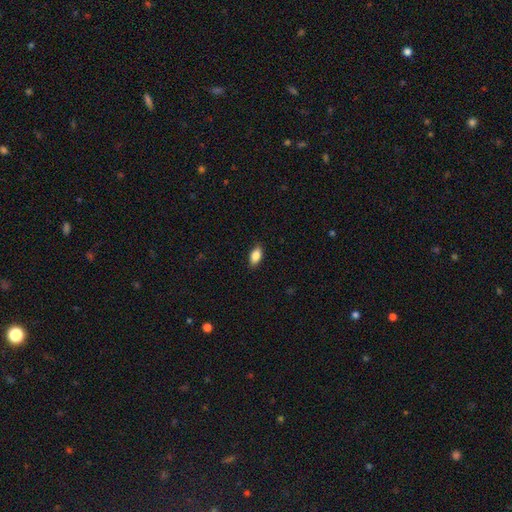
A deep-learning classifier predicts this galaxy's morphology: Smooth or featured? Predicted: smooth (p=0.83). How rounded? Predicted: in between (p=0.89). Merging? Predicted: none (p=0.88).